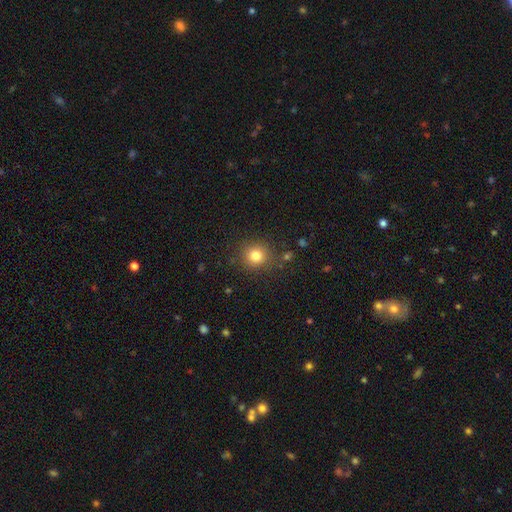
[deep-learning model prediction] Q: Smooth or featured?
A: smooth (80%); runner-up: star or artifact (14%)
Q: How rounded?
A: round (89%); runner-up: in between (10%)
Q: Merging?
A: none (85%); runner-up: minor disturbance (9%)